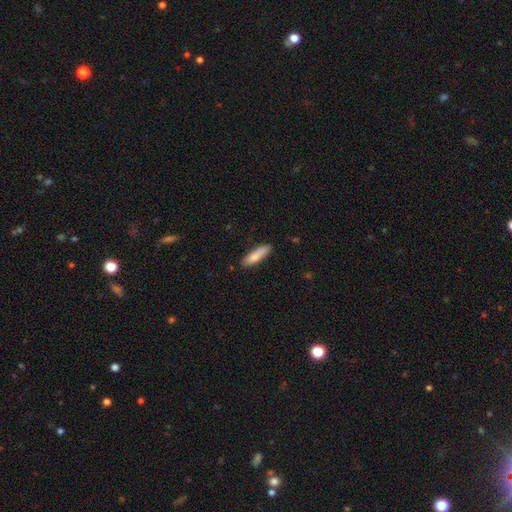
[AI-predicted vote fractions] A smooth galaxy with no disk features (82%) that is cigar-shaped (71%). Merging: none (84%).